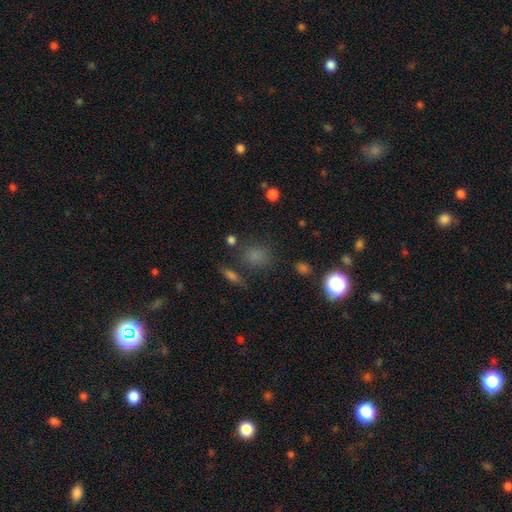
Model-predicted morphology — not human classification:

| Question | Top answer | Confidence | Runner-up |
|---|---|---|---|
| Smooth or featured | smooth | 71% | star or artifact (22%) |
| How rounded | round | 60% | in between (38%) |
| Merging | none | 72% | minor disturbance (14%) |